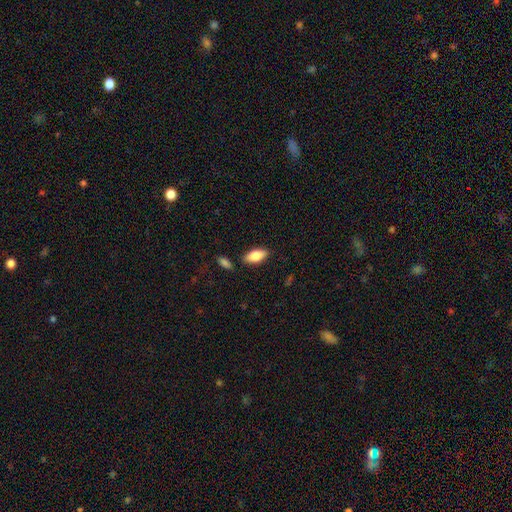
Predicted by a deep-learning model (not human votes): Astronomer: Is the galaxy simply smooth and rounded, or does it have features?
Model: smooth — 82%.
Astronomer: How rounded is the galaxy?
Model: in between — 88%.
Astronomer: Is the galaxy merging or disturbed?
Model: none — 83%.